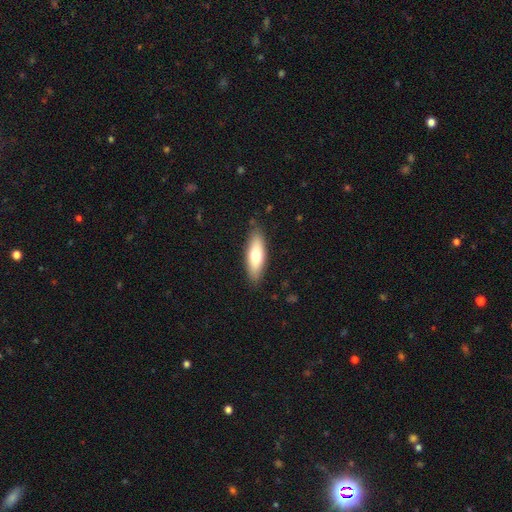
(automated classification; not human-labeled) This appears to be a smooth galaxy with no disk features (69%) that is in between round and cigar-shaped (52%). Merging: none (86%).